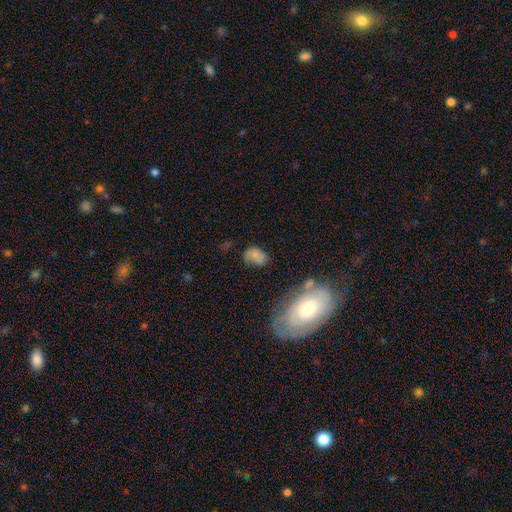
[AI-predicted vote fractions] smooth_or_featured: smooth (p=0.69) [alt: featured or disk p=0.16]
how_rounded: in between (p=0.83) [alt: round p=0.15]
merging: none (p=0.50) [alt: minor disturbance p=0.30]